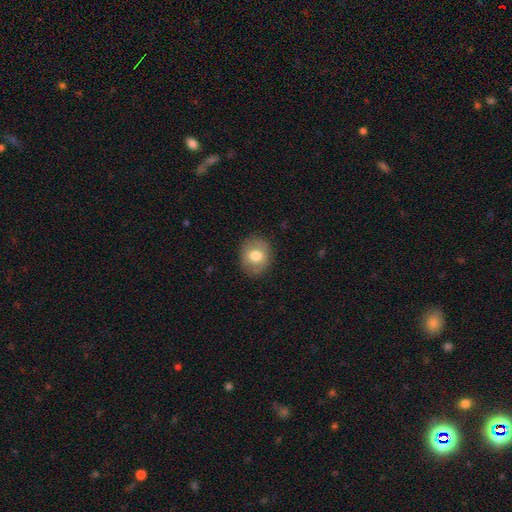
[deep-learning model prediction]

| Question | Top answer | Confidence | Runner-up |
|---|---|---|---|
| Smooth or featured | smooth | 74% | featured or disk (18%) |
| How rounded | round | 67% | in between (32%) |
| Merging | none | 86% | minor disturbance (10%) |